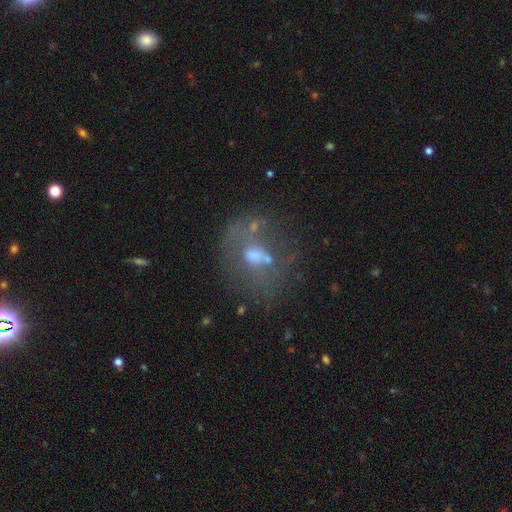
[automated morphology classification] Smooth or featured? featured or disk (46%)
Merging? none (45%)